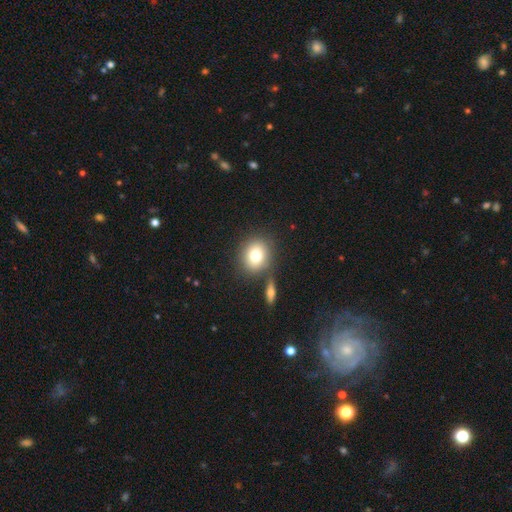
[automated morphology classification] A smooth galaxy with no disk features (76%) that is round (68%). Merging: none (72%).